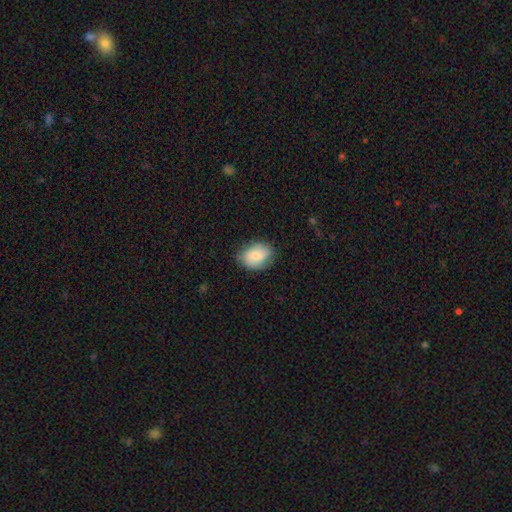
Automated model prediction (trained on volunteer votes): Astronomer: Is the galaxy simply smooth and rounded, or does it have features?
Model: smooth — 75%.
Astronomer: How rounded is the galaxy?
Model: in between — 66%.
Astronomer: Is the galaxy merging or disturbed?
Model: none — 76%.